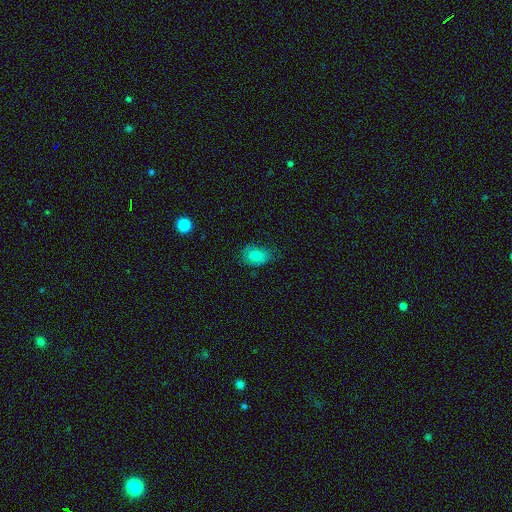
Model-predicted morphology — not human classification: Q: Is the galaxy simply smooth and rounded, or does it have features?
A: smooth — 80%.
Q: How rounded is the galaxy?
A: in between — 74%.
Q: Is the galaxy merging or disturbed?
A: none — 65%.